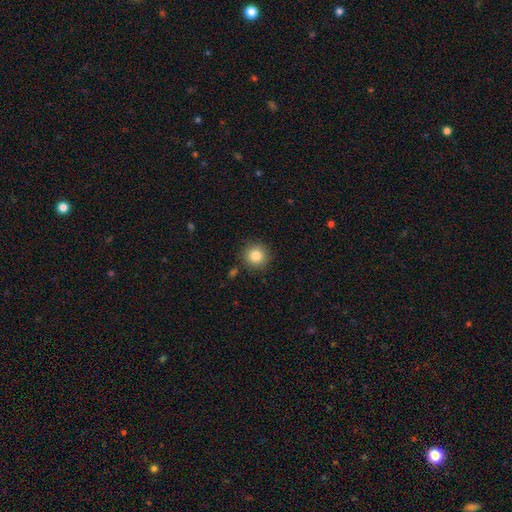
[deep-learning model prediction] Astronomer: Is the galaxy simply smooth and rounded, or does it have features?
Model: smooth — 84%.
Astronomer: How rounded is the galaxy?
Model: round — 94%.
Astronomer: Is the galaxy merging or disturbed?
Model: none — 89%.